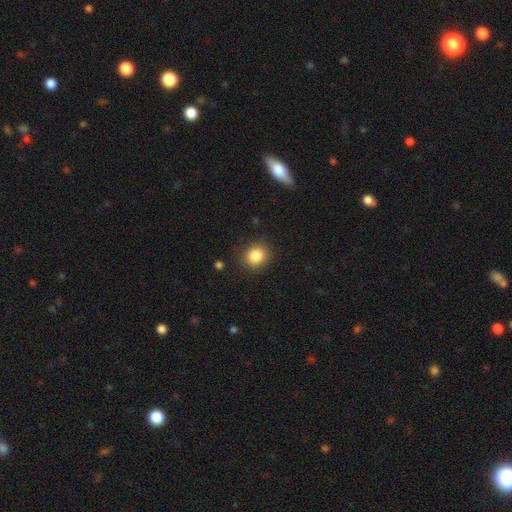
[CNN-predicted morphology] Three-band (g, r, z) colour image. It shows a smooth galaxy with no disk features (85%) that is round (82%). Merging: none (88%).